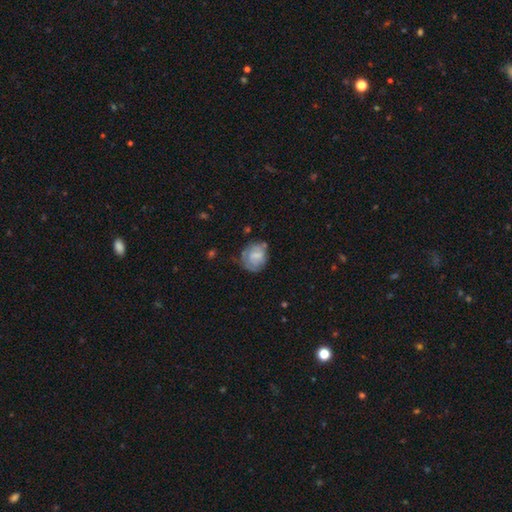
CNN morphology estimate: This appears to be a smooth galaxy with no disk features (51%) that is round (64%). Merging: none (53%).